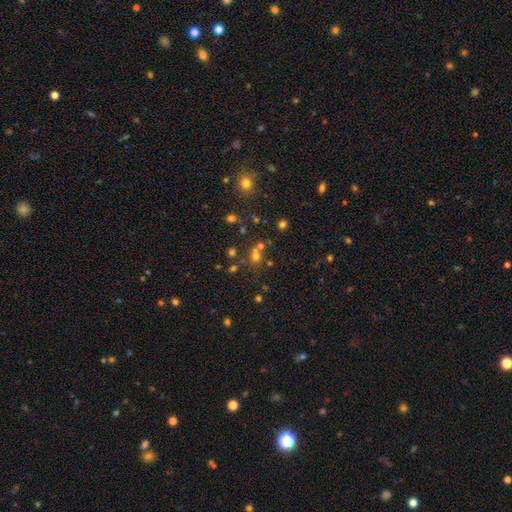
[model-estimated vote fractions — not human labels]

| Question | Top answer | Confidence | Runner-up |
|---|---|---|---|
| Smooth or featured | smooth | 57% | star or artifact (31%) |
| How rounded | round | 76% | in between (23%) |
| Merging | none | 53% | merger (32%) |